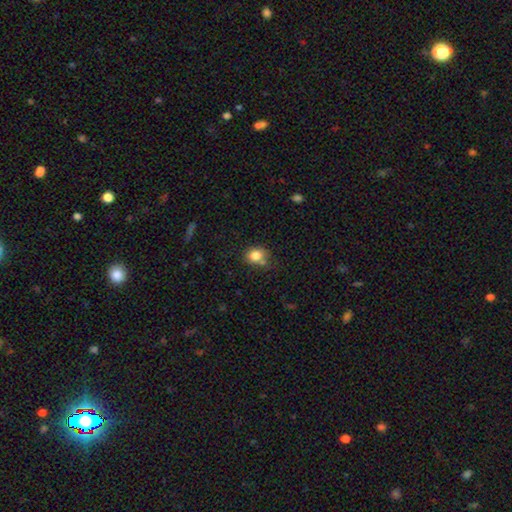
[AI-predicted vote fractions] A smooth galaxy with no disk features (82%) that is round (63%). Merging: none (61%).